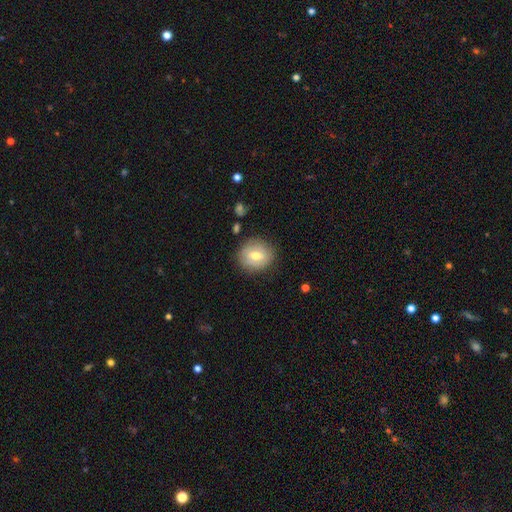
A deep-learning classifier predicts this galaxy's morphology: The model was most divided on "smooth or featured": smooth: 57%, featured or disk: 35%, star or artifact: 8%. More confident: merging — none (82%); how rounded — round (80%).